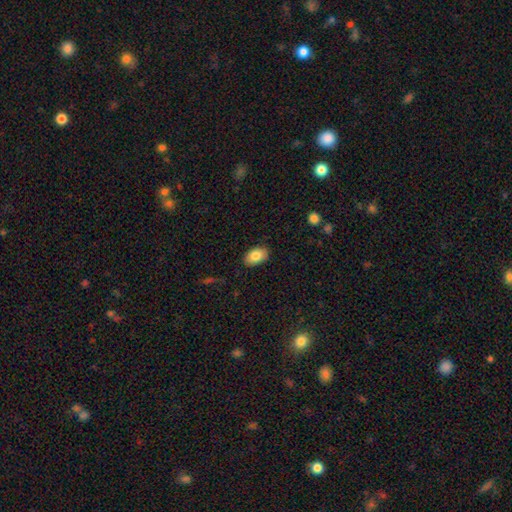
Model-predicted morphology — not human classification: smooth_or_featured: smooth (p=0.84) [alt: featured or disk p=0.09]
how_rounded: in between (p=0.91) [alt: round p=0.07]
merging: none (p=0.86) [alt: minor disturbance p=0.11]